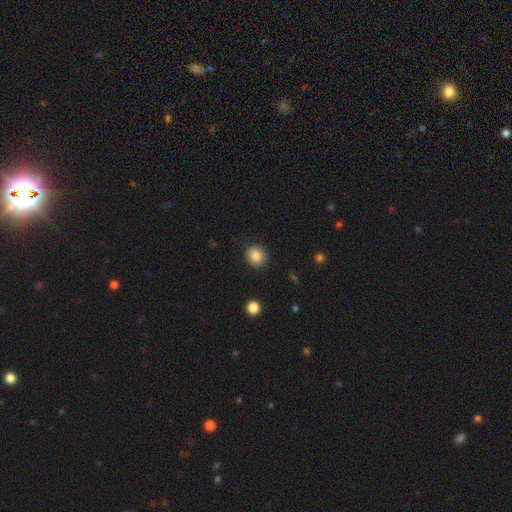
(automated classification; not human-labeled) Q: Smooth or featured?
A: smooth (85%); runner-up: star or artifact (9%)
Q: How rounded?
A: round (83%); runner-up: in between (16%)
Q: Merging?
A: none (90%); runner-up: minor disturbance (7%)